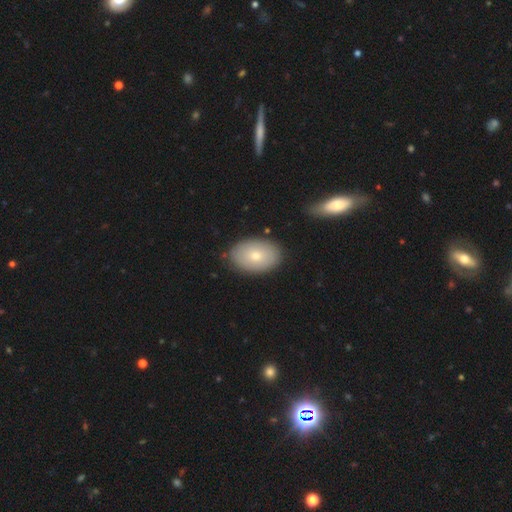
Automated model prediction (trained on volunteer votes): A smooth galaxy with no disk features (73%) that is in between round and cigar-shaped (85%). Merging: none (84%).